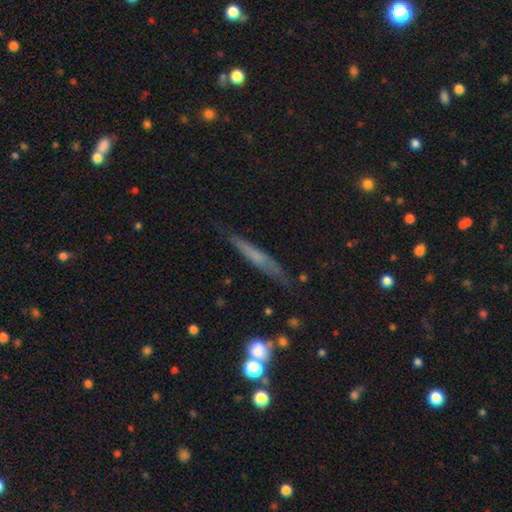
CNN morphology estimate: smooth-or-featured: smooth: 48% | featured or disk: 43% | star or artifact: 10%
  merging: none: 79% | minor disturbance: 15% | major disturbance: 4% | merger: 2%